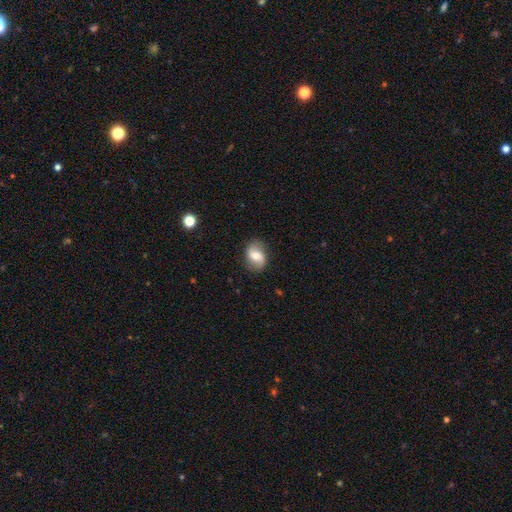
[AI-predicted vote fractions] Smooth or featured? smooth (51%)
How rounded? in between (70%)
Merging? none (81%)